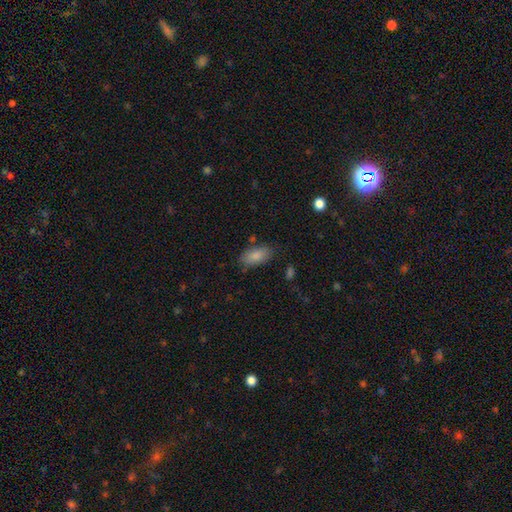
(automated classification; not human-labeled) smooth_or_featured: smooth (p=0.86) [alt: featured or disk p=0.07]
how_rounded: in between (p=0.91) [alt: cigar-shaped p=0.06]
merging: none (p=0.75) [alt: minor disturbance p=0.17]